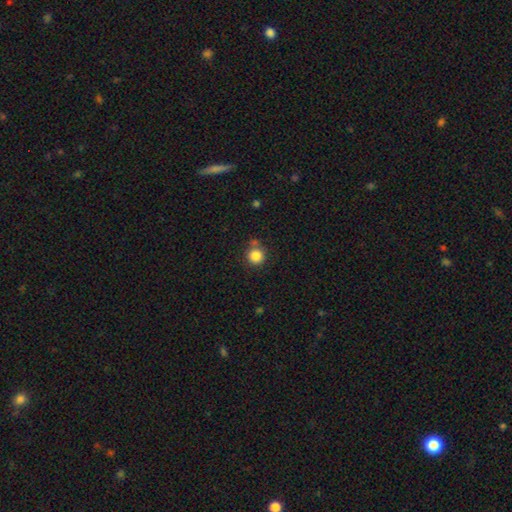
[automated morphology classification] The model was most divided on "merging": none: 73%, minor disturbance: 12%, merger: 11%, major disturbance: 4%. More confident: how rounded — round (93%); smooth or featured — smooth (85%).